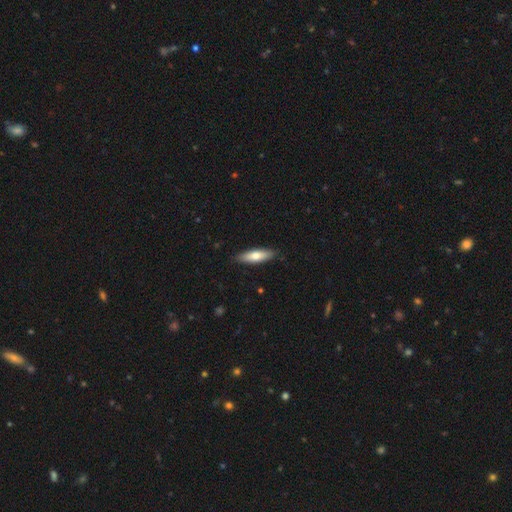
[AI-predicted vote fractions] Morphology: type=smooth (70%); roundness=cigar-shaped (54%); merging=none (88%).